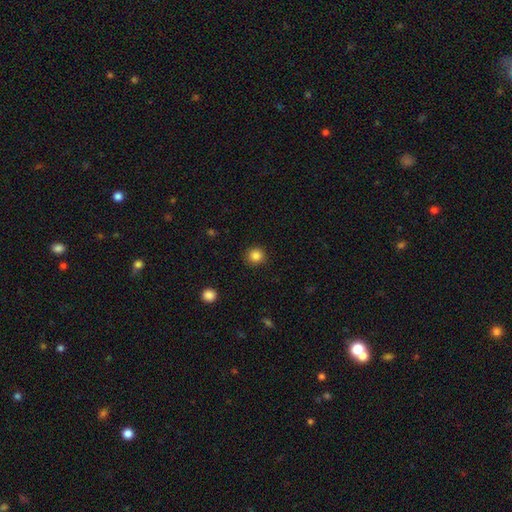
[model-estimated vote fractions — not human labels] Q: Smooth or featured?
A: smooth (85%); runner-up: star or artifact (11%)
Q: How rounded?
A: round (92%); runner-up: in between (7%)
Q: Merging?
A: none (90%); runner-up: minor disturbance (7%)